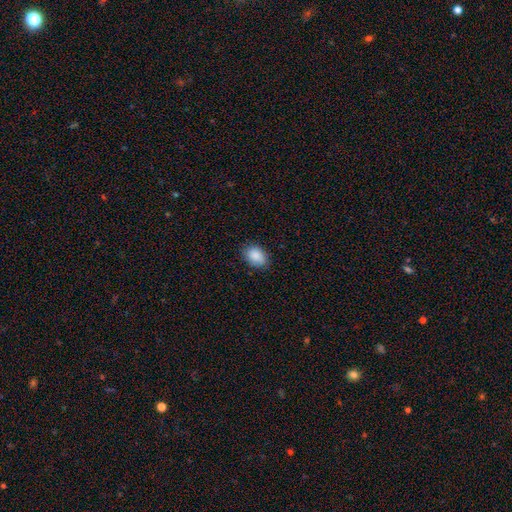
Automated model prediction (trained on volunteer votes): Q: Smooth or featured?
A: smooth (88%); runner-up: star or artifact (7%)
Q: How rounded?
A: in between (84%); runner-up: round (15%)
Q: Merging?
A: none (82%); runner-up: minor disturbance (14%)